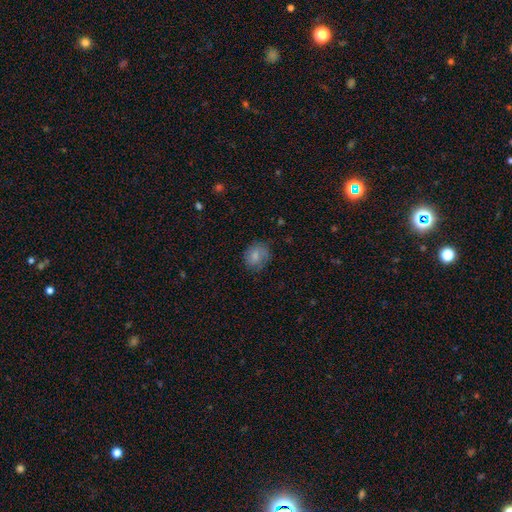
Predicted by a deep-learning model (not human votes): The model was most divided on "how rounded": round: 61%, in between: 38%, cigar-shaped: 1%. More confident: smooth or featured — smooth (74%); merging — none (72%).